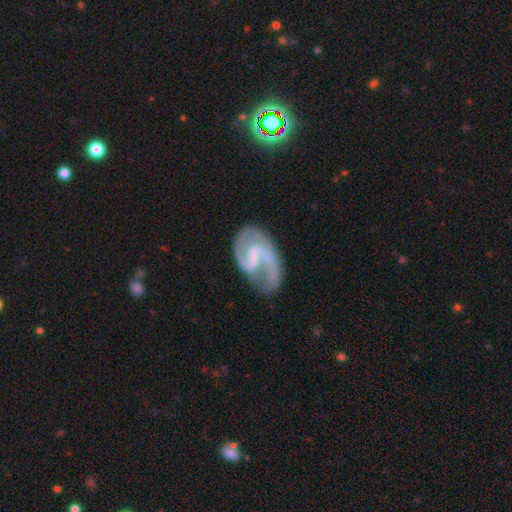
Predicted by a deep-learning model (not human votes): A featured or disk galaxy (87%) with a weak bar (50%), 2 (78%) medium (46%) spiral arms (95%) and no central bulge (49%).

Vote fractions:
- Smooth or featured? featured or disk: 87% / smooth: 9% / star or artifact: 5%
- Edge-on disk? no: 98% / yes: 2%
- Bar? weak: 50% / strong: 27% / no: 22%
- Spiral arms? yes: 95% / no: 5%
- Spiral winding? medium: 46% / loose: 39% / tight: 15%
- Spiral arm count? 2: 78% / 1: 13% / can't tell: 4% / 3: 2% / 4: 1% / more than 4: 1%
- Bulge size? none: 49% / small: 36% / moderate: 12% / large: 2% / dominant: 1%
- Merging? none: 55% / minor disturbance: 22% / major disturbance: 19% / merger: 3%